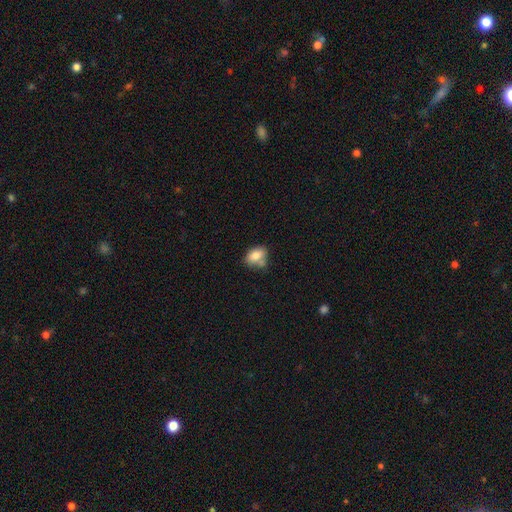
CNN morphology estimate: This appears to be a smooth galaxy with no disk features (79%) that is in between round and cigar-shaped (80%). Merging: none (54%).